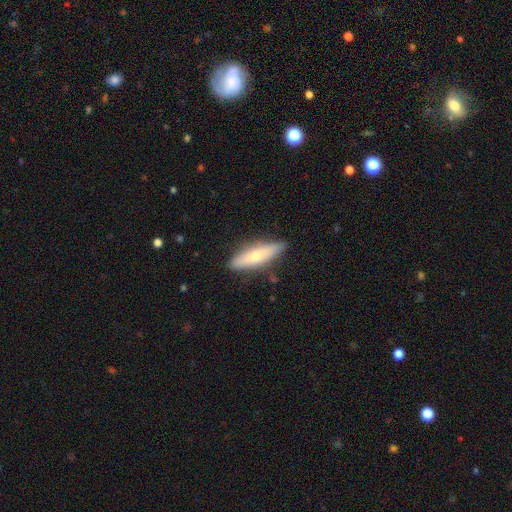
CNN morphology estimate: A smooth galaxy with no disk features (57%) that is cigar-shaped (57%). Merging: none (82%).